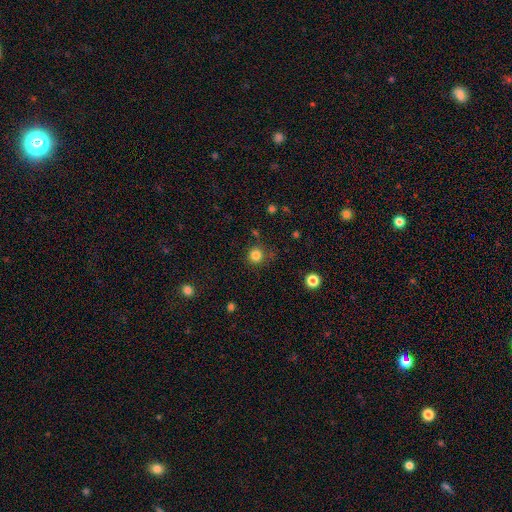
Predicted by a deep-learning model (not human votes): Q: Smooth or featured?
A: smooth (83%); runner-up: star or artifact (13%)
Q: How rounded?
A: round (93%); runner-up: in between (6%)
Q: Merging?
A: none (82%); runner-up: minor disturbance (11%)